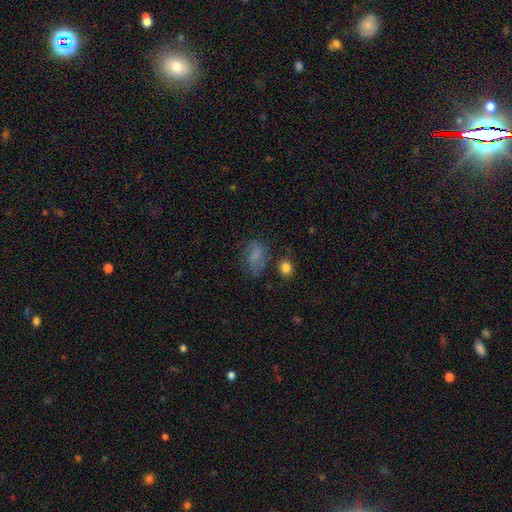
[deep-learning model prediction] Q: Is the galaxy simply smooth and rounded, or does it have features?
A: smooth — 64%.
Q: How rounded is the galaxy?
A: in between — 80%.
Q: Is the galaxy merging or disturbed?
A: none — 55%.